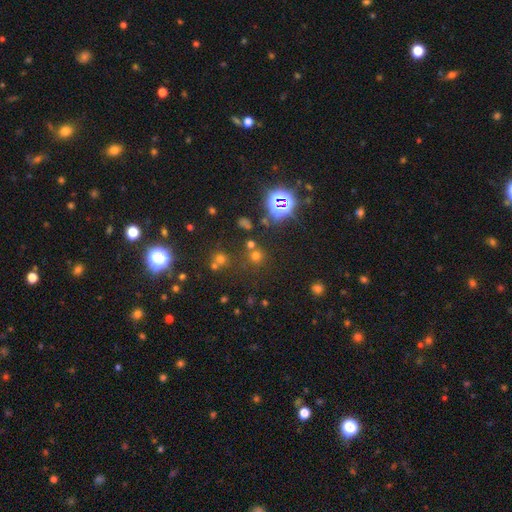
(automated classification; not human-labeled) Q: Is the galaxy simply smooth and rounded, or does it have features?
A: smooth — 51%.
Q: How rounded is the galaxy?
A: round — 91%.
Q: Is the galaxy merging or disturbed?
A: none — 71%.